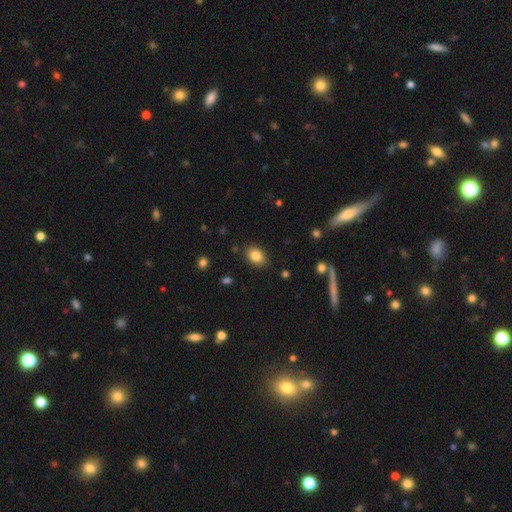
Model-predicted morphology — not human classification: smooth 85%, star or artifact 9%, featured or disk 6%. Down the decision tree: how rounded — in between (76%); merging — none (86%).